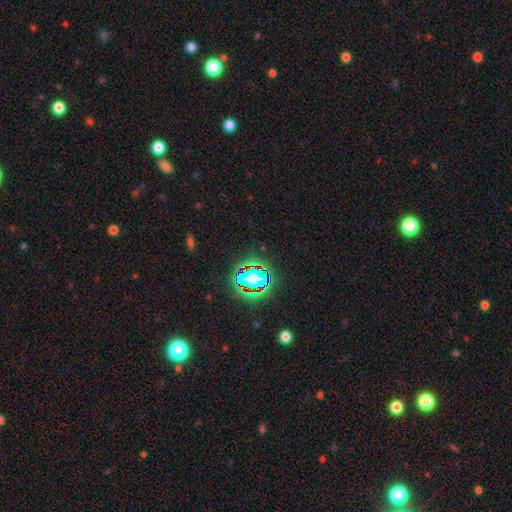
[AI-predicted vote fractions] Overall: star or artifact (82%).